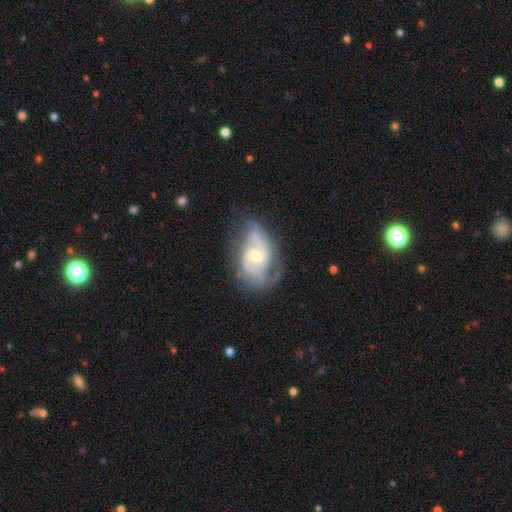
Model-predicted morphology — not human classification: smooth-or-featured: featured or disk: 82% | smooth: 12% | star or artifact: 6%
  disk-edge-on: no: 96% | yes: 4%
    bar: no: 50% | weak: 41% | strong: 9%
    has-spiral-arms: yes: 91% | no: 9%
      spiral-winding: medium: 46% | tight: 35% | loose: 19%
      spiral-arm-count: 2: 69% | can't tell: 17% | 3: 6% | 1: 5% | 4: 2% | more than 4: 2%
    bulge-size: moderate: 56% | small: 39% | large: 3% | none: 1% | dominant: 1%
  merging: none: 60% | minor disturbance: 25% | major disturbance: 13% | merger: 2%